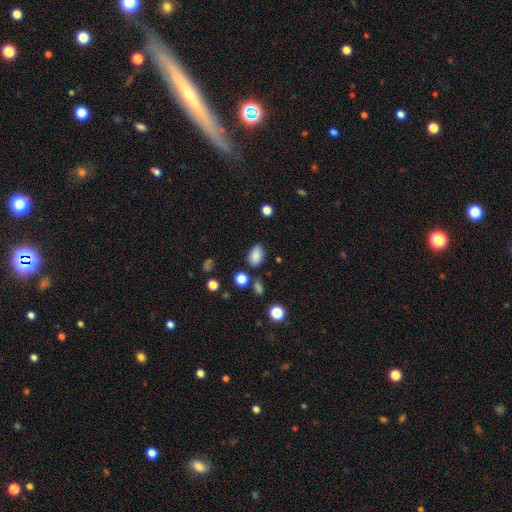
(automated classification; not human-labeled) smooth-or-featured: smooth: 85% | star or artifact: 10% | featured or disk: 6%
  how-rounded: in between: 87% | round: 11% | cigar-shaped: 2%
  merging: none: 75% | minor disturbance: 17% | major disturbance: 4% | merger: 4%